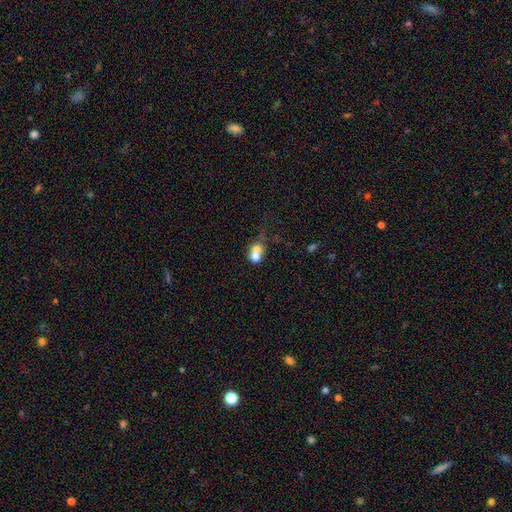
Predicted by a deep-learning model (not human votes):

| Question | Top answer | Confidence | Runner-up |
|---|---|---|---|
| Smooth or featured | smooth | 67% | featured or disk (22%) |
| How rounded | round | 59% | in between (39%) |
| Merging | merger | 67% | none (19%) |